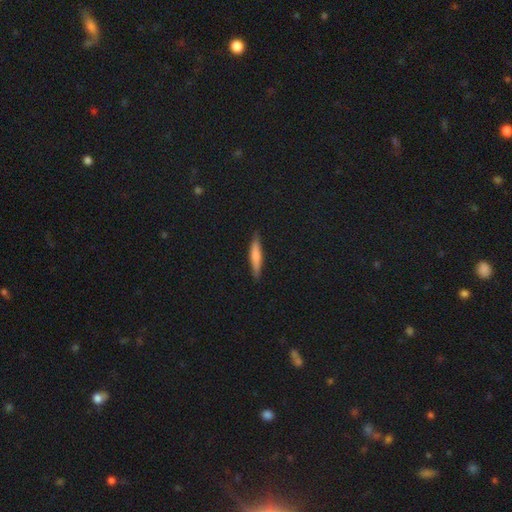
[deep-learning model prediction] Smooth or featured? smooth (65%)
How rounded? cigar-shaped (89%)
Merging? none (88%)